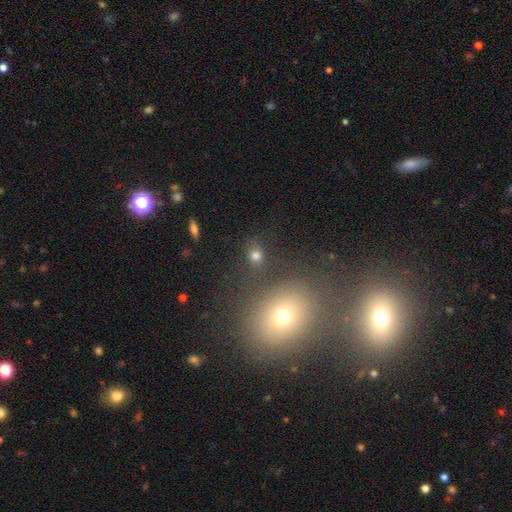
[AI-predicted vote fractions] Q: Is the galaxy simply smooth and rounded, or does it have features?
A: smooth — 76%.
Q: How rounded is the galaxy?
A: round — 71%.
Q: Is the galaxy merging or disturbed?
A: none — 76%.